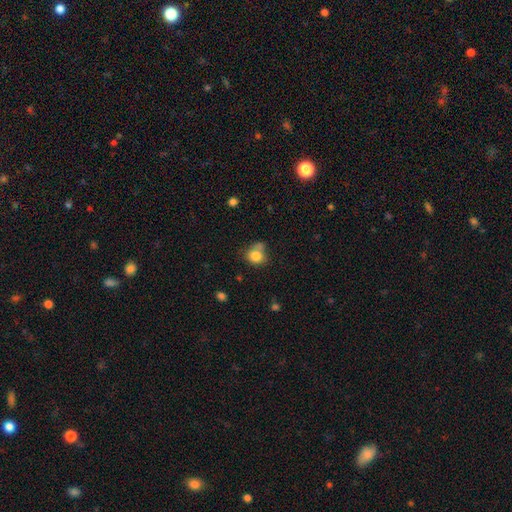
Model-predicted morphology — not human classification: Smooth or featured: smooth — 82% (star or artifact — 10%)
How rounded: round — 74% (in between — 25%)
Merging: none — 52% (minor disturbance — 22%)